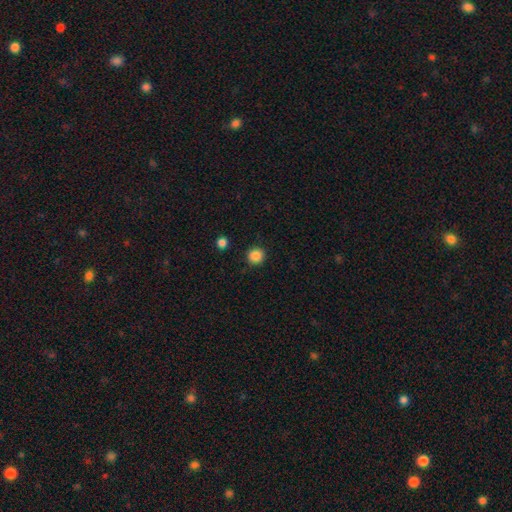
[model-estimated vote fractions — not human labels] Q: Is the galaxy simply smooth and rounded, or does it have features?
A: smooth — 87%.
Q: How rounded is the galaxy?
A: round — 93%.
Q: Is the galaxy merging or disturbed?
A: none — 91%.